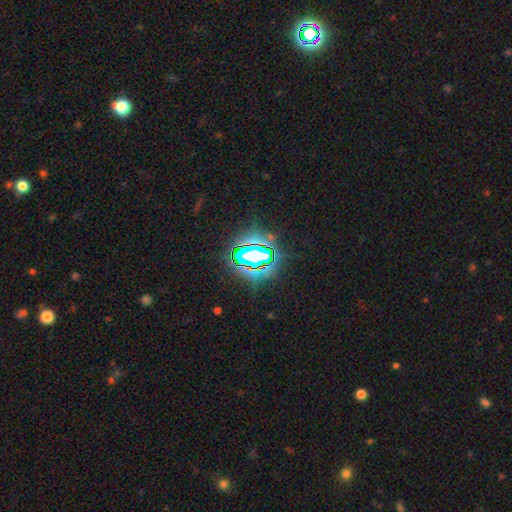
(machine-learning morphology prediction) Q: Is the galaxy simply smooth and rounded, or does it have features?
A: star or artifact — 74%.